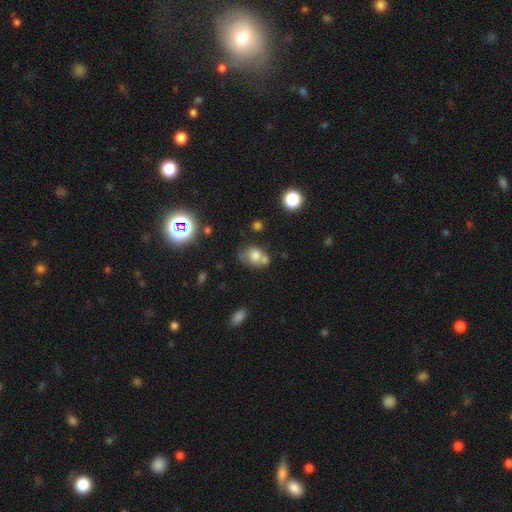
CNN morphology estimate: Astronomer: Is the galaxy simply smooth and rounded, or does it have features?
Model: smooth — 70%.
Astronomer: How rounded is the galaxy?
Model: in between — 53% (runner-up: round, 46%).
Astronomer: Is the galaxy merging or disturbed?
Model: none — 39% (runner-up: merger, 36%).